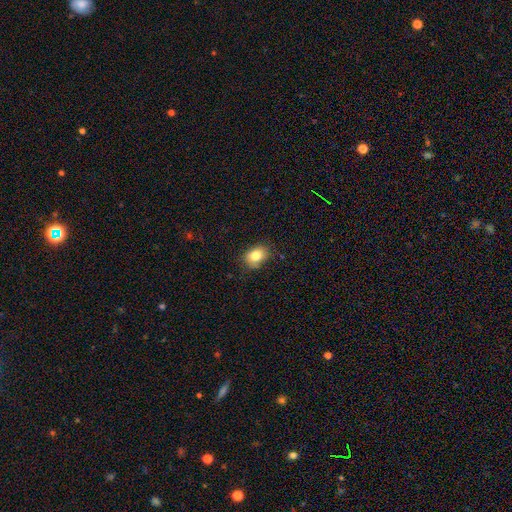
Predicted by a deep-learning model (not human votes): smooth-or-featured: smooth: 82% | star or artifact: 10% | featured or disk: 8%
  how-rounded: in between: 64% | round: 35% | cigar-shaped: 1%
  merging: none: 78% | minor disturbance: 17% | major disturbance: 3% | merger: 1%